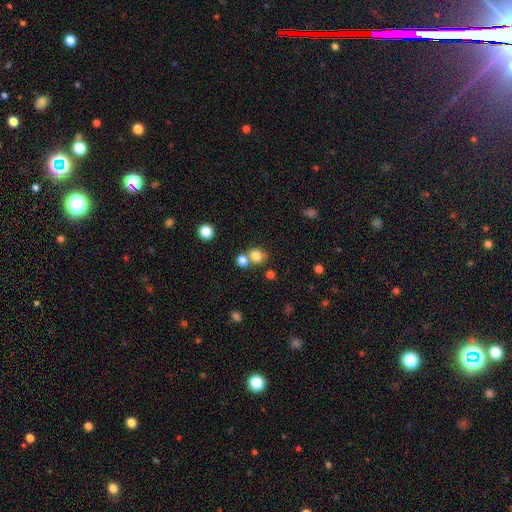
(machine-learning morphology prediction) A smooth galaxy with no disk features (80%) that is round (77%). Merging: none (53%).